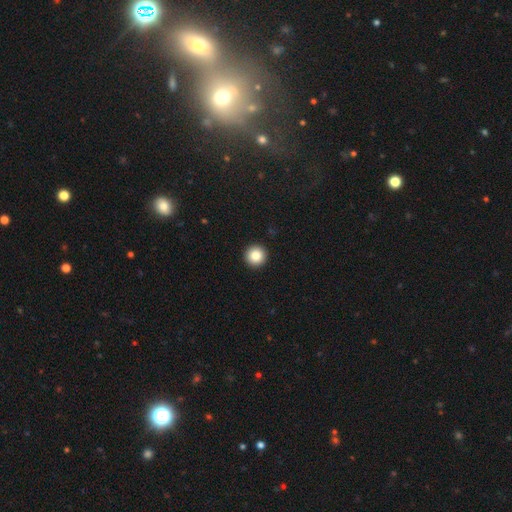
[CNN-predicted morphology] Smooth or featured: smooth — 85% (star or artifact — 9%)
How rounded: round — 96% (in between — 3%)
Merging: none — 94% (minor disturbance — 4%)